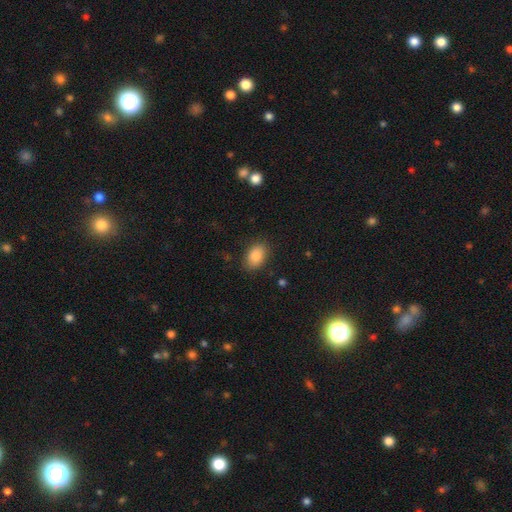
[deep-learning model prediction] Overall: smooth (89%). How rounded: in between (85%). Merging: none (84%).